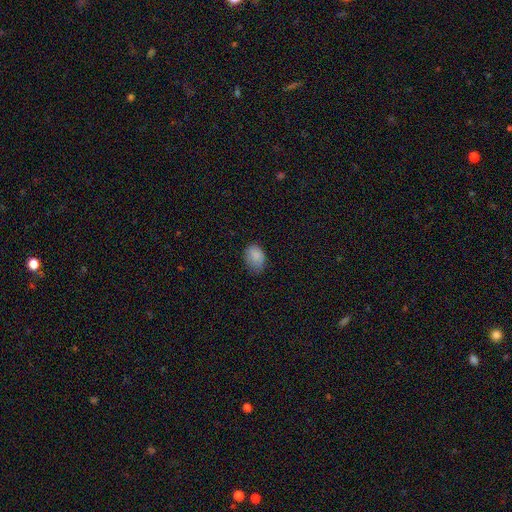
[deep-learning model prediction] Overall: smooth (86%). How rounded: in between (77%). Merging: none (64%; minor disturbance 28%).